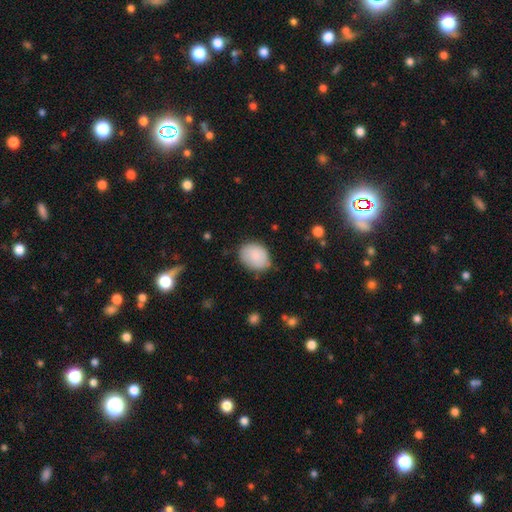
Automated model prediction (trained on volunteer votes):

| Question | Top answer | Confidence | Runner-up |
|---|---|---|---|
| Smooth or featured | smooth | 87% | featured or disk (6%) |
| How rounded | in between | 62% | round (37%) |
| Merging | none | 74% | minor disturbance (20%) |